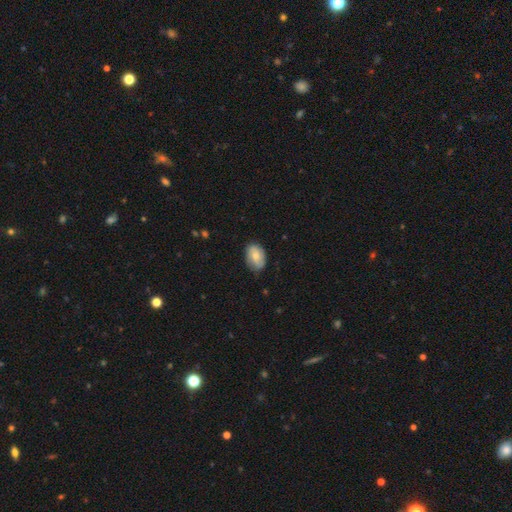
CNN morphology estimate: smooth 71%, featured or disk 23%, star or artifact 7%. Down the decision tree: how rounded — in between (86%); merging — none (74%).